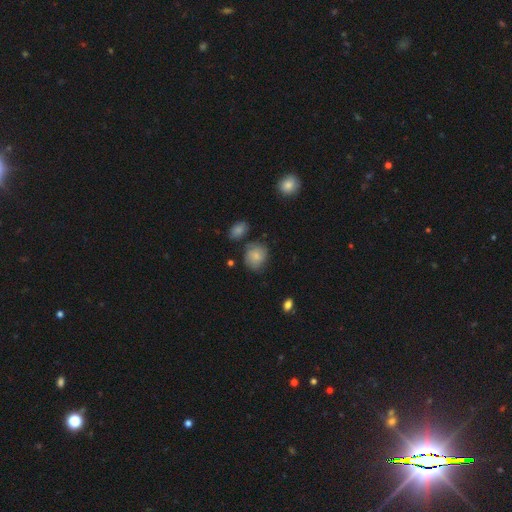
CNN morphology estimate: Q: Smooth or featured?
A: smooth (76%); runner-up: featured or disk (15%)
Q: How rounded?
A: round (70%); runner-up: in between (29%)
Q: Merging?
A: none (66%); runner-up: minor disturbance (22%)